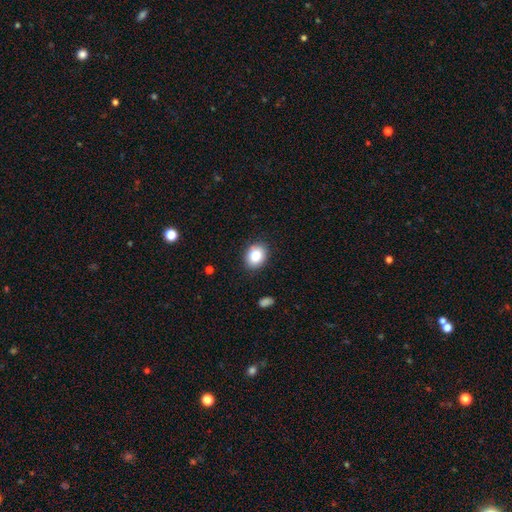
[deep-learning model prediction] Smooth or featured?
  - smooth: 85% *
  - star or artifact: 8%
  - featured or disk: 6%
How rounded?
  - in between: 52% *
  - round: 47%
  - cigar-shaped: 1%
Merging?
  - none: 87% *
  - minor disturbance: 10%
  - major disturbance: 2%
  - merger: 1%